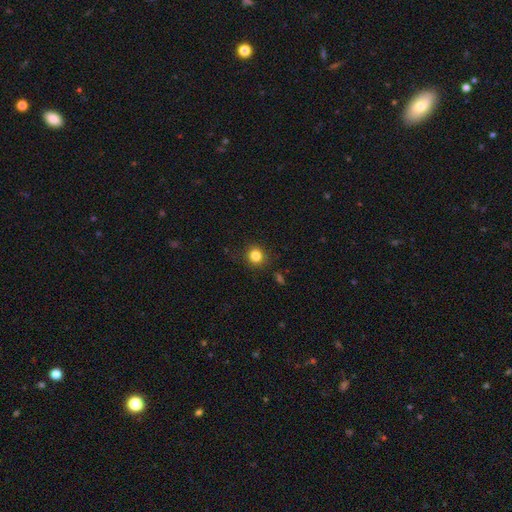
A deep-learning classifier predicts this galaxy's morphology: A smooth galaxy with no disk features (83%) that is round (89%).

Vote fractions:
- Smooth or featured? smooth: 83% / star or artifact: 12% / featured or disk: 5%
- How rounded? round: 89% / in between: 10% / cigar-shaped: 1%
- Merging? none: 88% / minor disturbance: 8% / major disturbance: 2% / merger: 1%